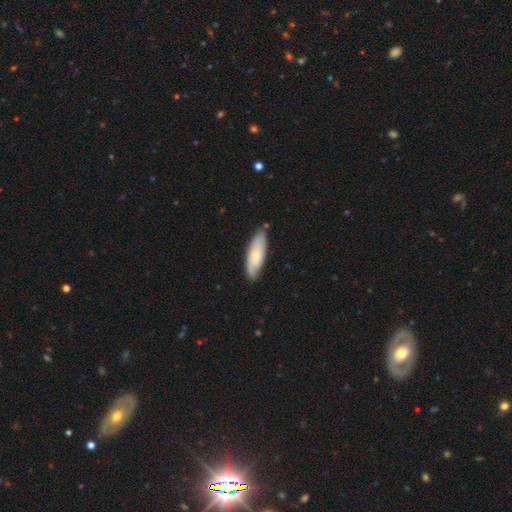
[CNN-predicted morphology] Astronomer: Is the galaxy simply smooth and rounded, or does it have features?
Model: smooth — 61%.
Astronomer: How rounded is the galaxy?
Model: in between — 63%.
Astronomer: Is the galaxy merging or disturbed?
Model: none — 78%.